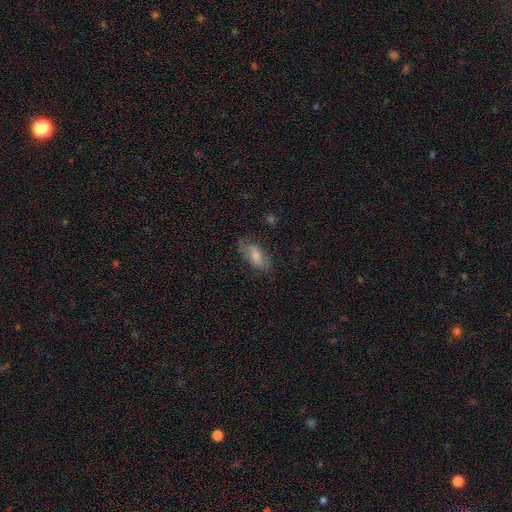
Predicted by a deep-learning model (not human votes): Overall: smooth (64%; featured or disk 29%). How rounded: in between (83%). Merging: none (72%).